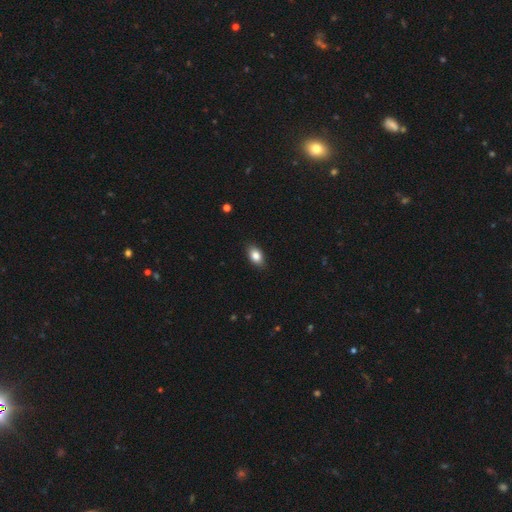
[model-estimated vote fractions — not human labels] smooth_or_featured: smooth (p=0.84) [alt: star or artifact p=0.08]
how_rounded: in between (p=0.86) [alt: round p=0.12]
merging: none (p=0.86) [alt: minor disturbance p=0.11]